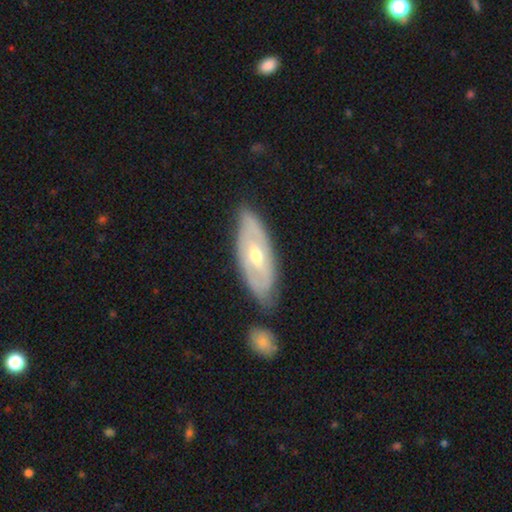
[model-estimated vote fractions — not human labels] Smooth or featured?
  - featured or disk: 68% *
  - smooth: 27%
  - star or artifact: 5%
Edge-on disk?
  - no: 83% *
  - yes: 17%
Bar?
  - no: 49% *
  - weak: 36%
  - strong: 15%
Spiral arms?
  - yes: 57% *
  - no: 43%
Bulge size?
  - moderate: 70% *
  - small: 25%
  - large: 4%
  - none: 1%
  - dominant: 1%
Merging?
  - none: 72% *
  - minor disturbance: 19%
  - major disturbance: 5%
  - merger: 5%